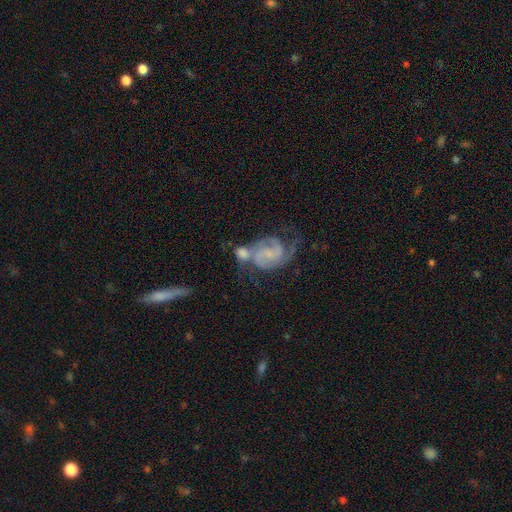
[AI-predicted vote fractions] Smooth or featured: featured or disk — 85% (smooth — 9%)
Edge-on disk: no — 97% (yes — 3%)
Bar: no — 51% (weak — 38%)
Spiral arms: yes — 96% (no — 4%)
Spiral winding: tight — 45% (medium — 43%)
Spiral arm count: 2 — 74% (can't tell — 9%)
Bulge size: small — 60% (none — 21%)
Merging: none — 41% (merger — 29%)